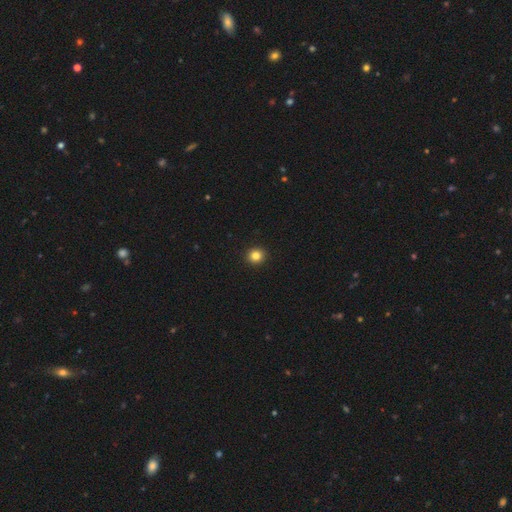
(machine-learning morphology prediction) Smooth or featured? smooth (84%)
How rounded? round (89%)
Merging? none (94%)